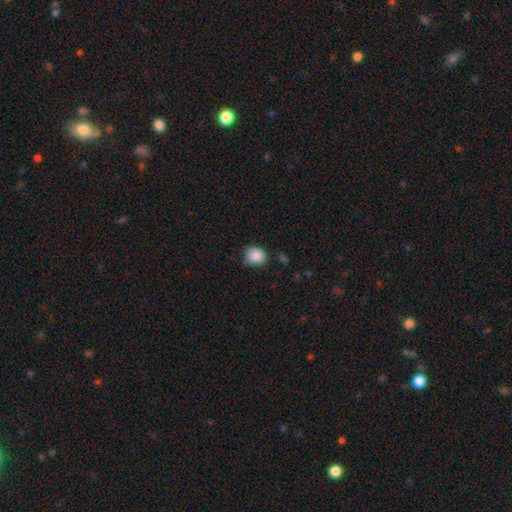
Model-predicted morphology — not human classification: smooth_or_featured: smooth (p=0.88) [alt: star or artifact p=0.09]
how_rounded: round (p=0.70) [alt: in between p=0.29]
merging: none (p=0.76) [alt: minor disturbance p=0.19]